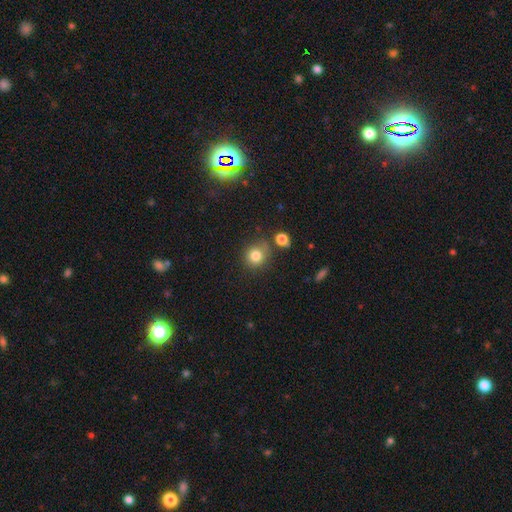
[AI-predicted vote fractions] The model was most divided on "merging": none: 69%, minor disturbance: 16%, merger: 9%, major disturbance: 5%. More confident: how rounded — round (85%); smooth or featured — smooth (81%).